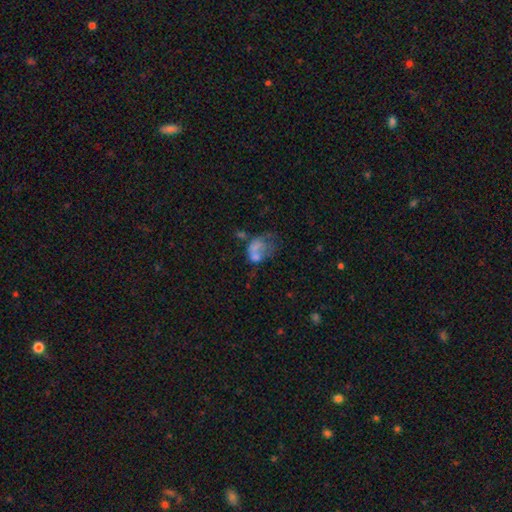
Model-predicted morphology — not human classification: The model was most divided on "merging": major disturbance: 40%, merger: 26%, none: 18%, minor disturbance: 16%. More confident: how rounded — in between (73%); smooth or featured — smooth (53%).